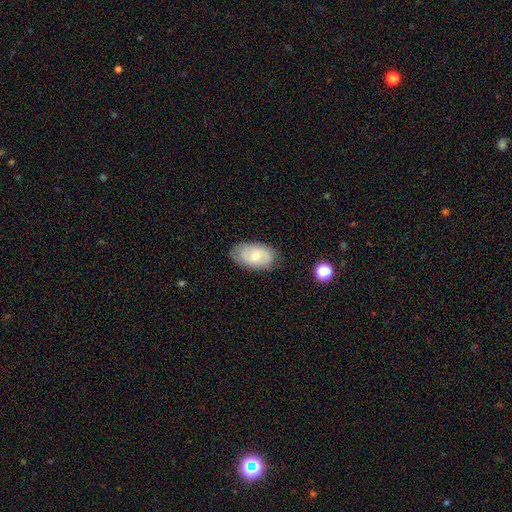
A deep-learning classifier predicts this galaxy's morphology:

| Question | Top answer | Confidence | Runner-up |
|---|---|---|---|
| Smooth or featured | smooth | 58% | featured or disk (35%) |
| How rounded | in between | 92% | round (6%) |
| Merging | none | 76% | minor disturbance (19%) |